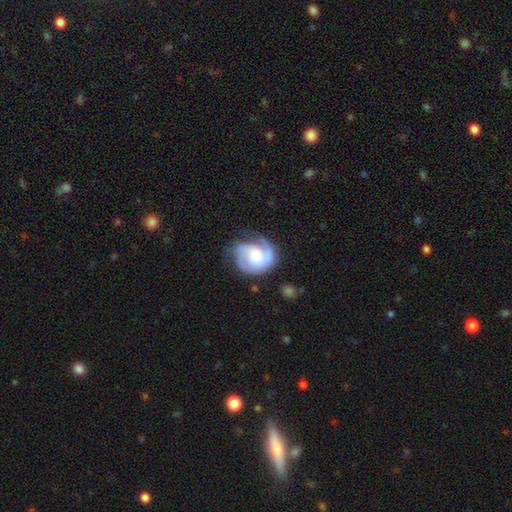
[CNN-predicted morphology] type=featured or disk (80%); edge-on=no (98%); bar=no (63%); spiral arms=yes (95%); winding=medium (45%); arm count=2 (48%); bulge=moderate (42%); merging=none (57%).